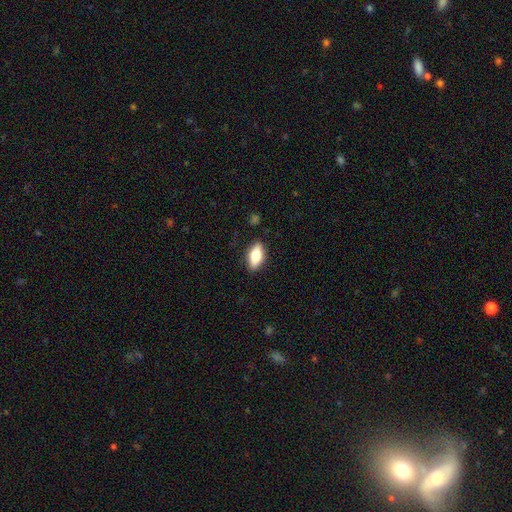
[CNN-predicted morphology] This appears to be a smooth galaxy with no disk features (69%) that is in between round and cigar-shaped (83%). Merging: none (86%).